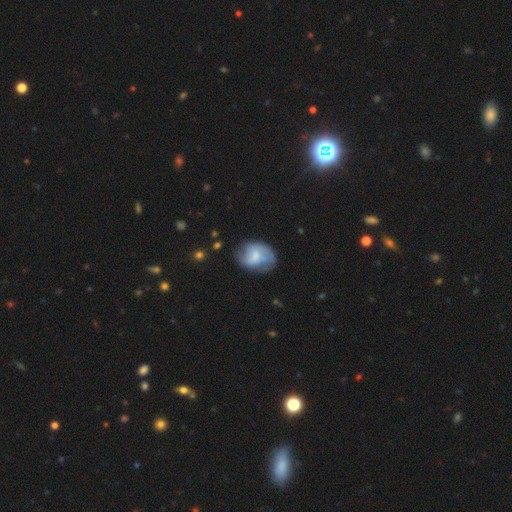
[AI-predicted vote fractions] A featured or disk galaxy (54%) with no bar (46%), spiral arms (80%) and a small central bulge (39%).

Vote fractions:
- Smooth or featured? featured or disk: 54% / smooth: 39% / star or artifact: 7%
- Edge-on disk? no: 97% / yes: 3%
- Bar? no: 46% / weak: 45% / strong: 9%
- Spiral arms? yes: 80% / no: 20%
- Bulge size? small: 39% / moderate: 32% / none: 21% / large: 7% / dominant: 2%
- Merging? none: 59% / minor disturbance: 26% / major disturbance: 12% / merger: 2%